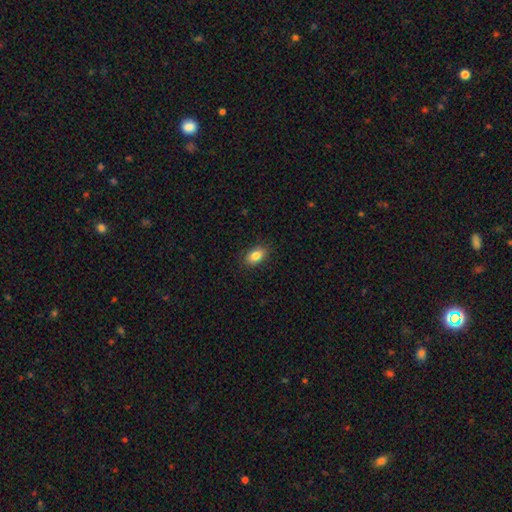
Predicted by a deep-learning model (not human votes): Smooth or featured: smooth — 84% (star or artifact — 8%)
How rounded: in between — 88% (round — 10%)
Merging: none — 88% (minor disturbance — 9%)